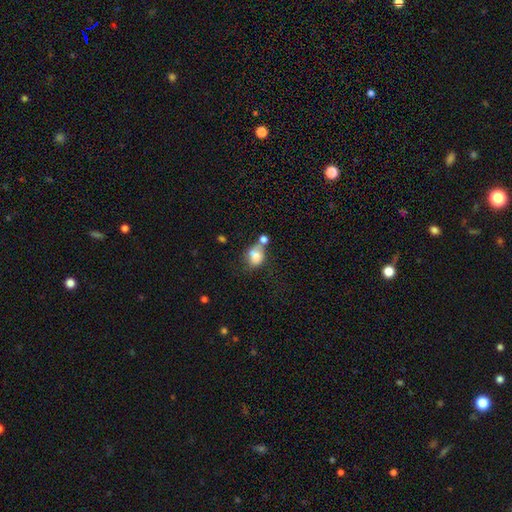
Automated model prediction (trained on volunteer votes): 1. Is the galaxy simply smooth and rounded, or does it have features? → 74% smooth, 16% featured or disk, 10% star or artifact.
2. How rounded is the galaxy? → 52% in between, 47% round, 1% cigar-shaped.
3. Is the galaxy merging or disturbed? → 37% merger, 34% none, 18% minor disturbance, 11% major disturbance.